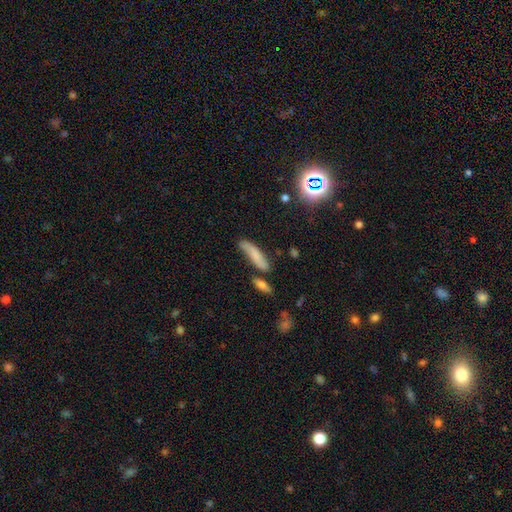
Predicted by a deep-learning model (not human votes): A smooth galaxy with no disk features (62%) that is cigar-shaped (72%). Merging: none (63%).